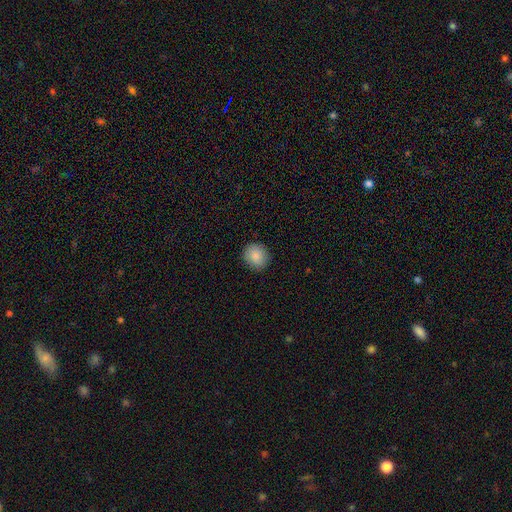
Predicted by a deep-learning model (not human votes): smooth 88%, star or artifact 8%, featured or disk 4%. Down the decision tree: how rounded — round (82%); merging — none (89%).